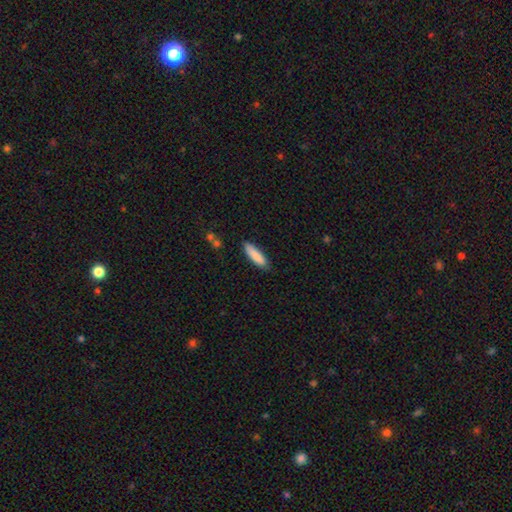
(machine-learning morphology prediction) smooth 86%, featured or disk 8%, star or artifact 6%. Down the decision tree: how rounded — cigar-shaped (62%); merging — none (84%).